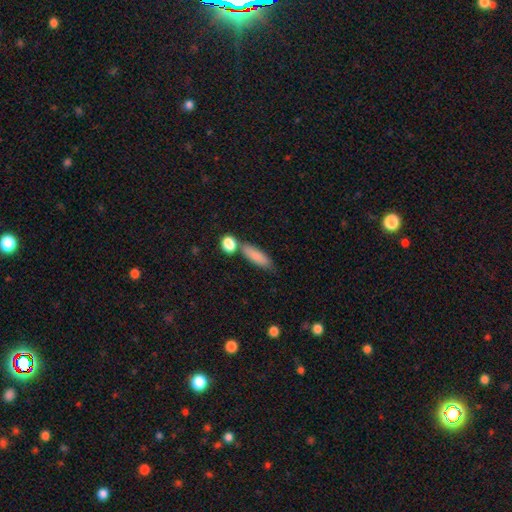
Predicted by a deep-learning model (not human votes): smooth-or-featured: smooth: 84% | featured or disk: 9% | star or artifact: 7%
  how-rounded: in between: 53% | cigar-shaped: 42% | round: 4%
  merging: none: 60% | merger: 20% | minor disturbance: 15% | major disturbance: 5%